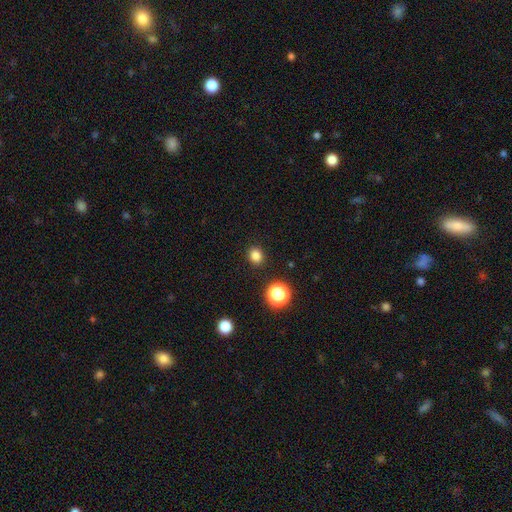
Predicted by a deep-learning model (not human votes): smooth_or_featured: smooth (p=0.82) [alt: star or artifact p=0.14]
how_rounded: round (p=0.72) [alt: in between p=0.27]
merging: none (p=0.90) [alt: minor disturbance p=0.06]